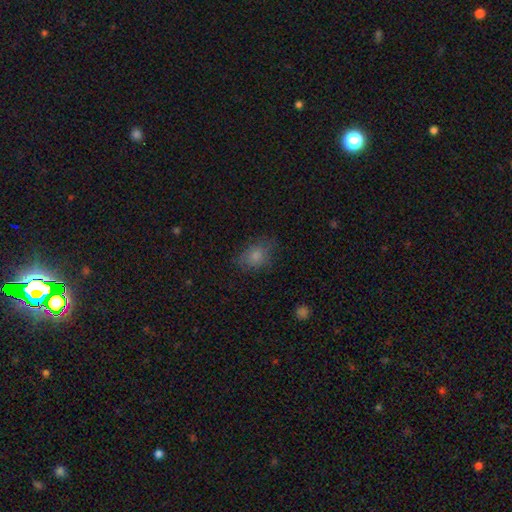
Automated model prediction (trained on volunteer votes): smooth_or_featured: smooth (p=0.81) [alt: star or artifact p=0.10]
how_rounded: in between (p=0.68) [alt: round p=0.31]
merging: none (p=0.71) [alt: minor disturbance p=0.21]